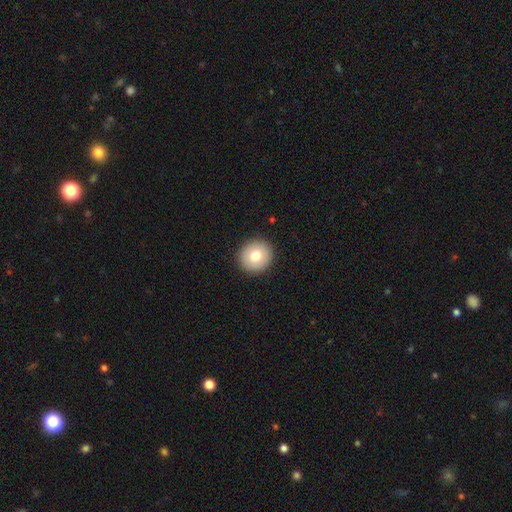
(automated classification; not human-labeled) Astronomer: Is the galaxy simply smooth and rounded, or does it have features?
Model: smooth — 76%.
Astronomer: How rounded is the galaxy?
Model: round — 90%.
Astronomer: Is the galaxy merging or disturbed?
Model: none — 92%.